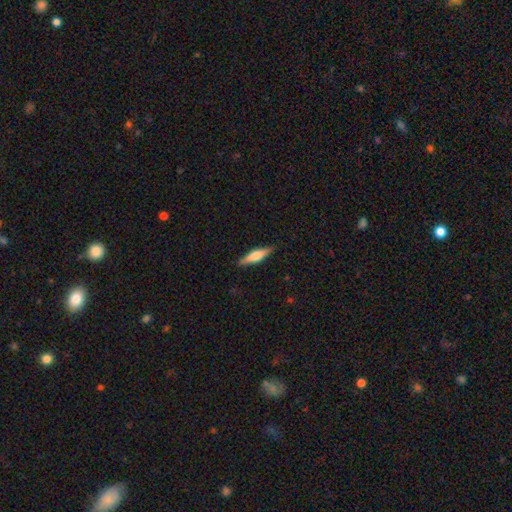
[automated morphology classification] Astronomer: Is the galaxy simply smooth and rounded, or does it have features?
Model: featured or disk — 52% (runner-up: smooth, 42%).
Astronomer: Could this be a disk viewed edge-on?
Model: yes — 96%.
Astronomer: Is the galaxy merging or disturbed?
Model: none — 89%.